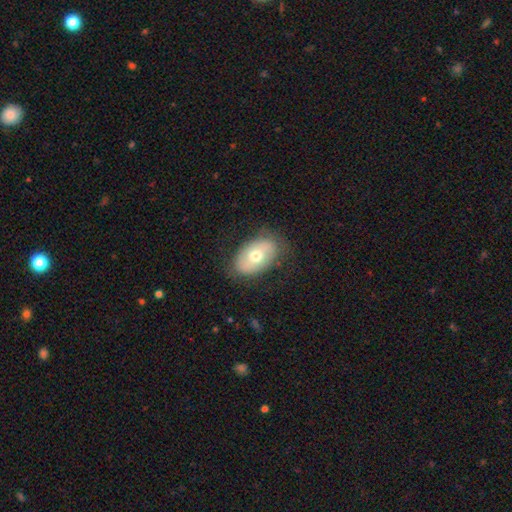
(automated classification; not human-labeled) Smooth or featured?
  - smooth: 63% *
  - featured or disk: 30%
  - star or artifact: 7%
How rounded?
  - in between: 90% *
  - round: 9%
  - cigar-shaped: 1%
Merging?
  - none: 79% *
  - minor disturbance: 15%
  - major disturbance: 5%
  - merger: 1%